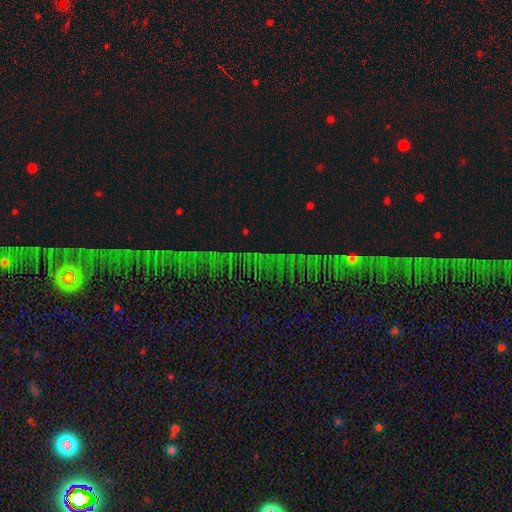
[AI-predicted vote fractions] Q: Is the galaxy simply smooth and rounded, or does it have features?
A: star or artifact — 74%.